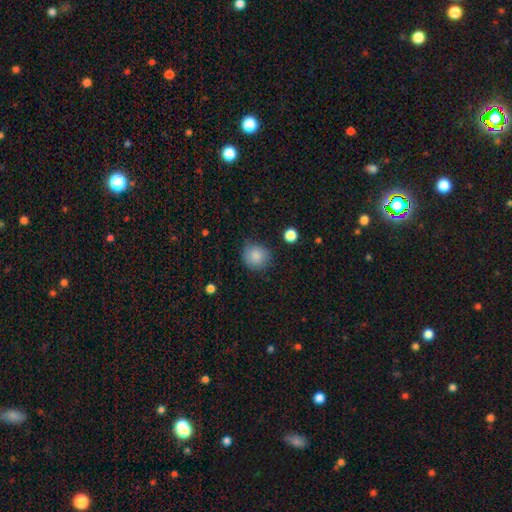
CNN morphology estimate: smooth-or-featured: smooth: 86% | star or artifact: 8% | featured or disk: 5%
  how-rounded: round: 85% | in between: 14% | cigar-shaped: 1%
  merging: none: 76% | minor disturbance: 18% | major disturbance: 4% | merger: 2%